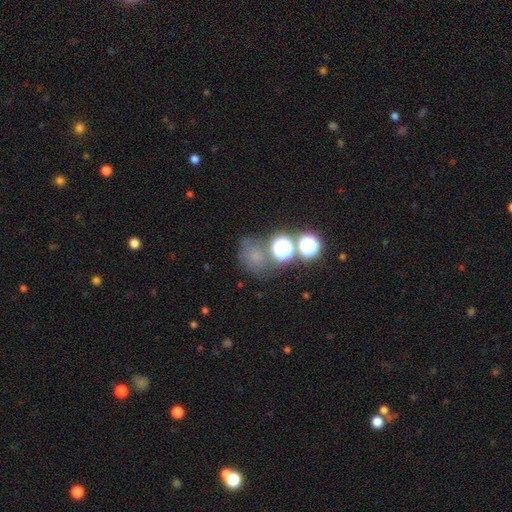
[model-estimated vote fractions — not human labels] Smooth or featured: smooth — 46% (star or artifact — 39%)
Merging: none — 54% (minor disturbance — 17%)